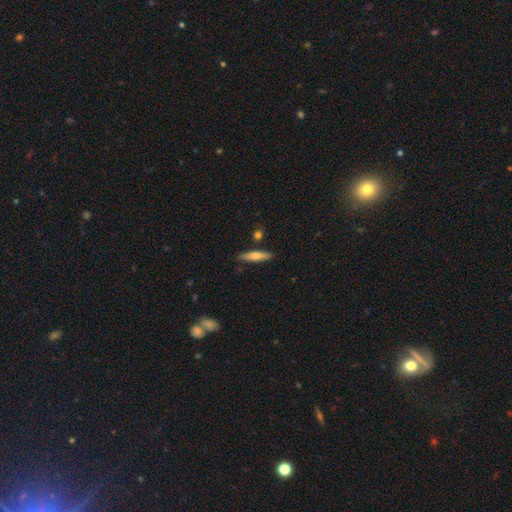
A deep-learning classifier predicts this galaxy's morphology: smooth 56%, featured or disk 37%, star or artifact 6%. Down the decision tree: how rounded — cigar-shaped (81%); merging — none (85%).